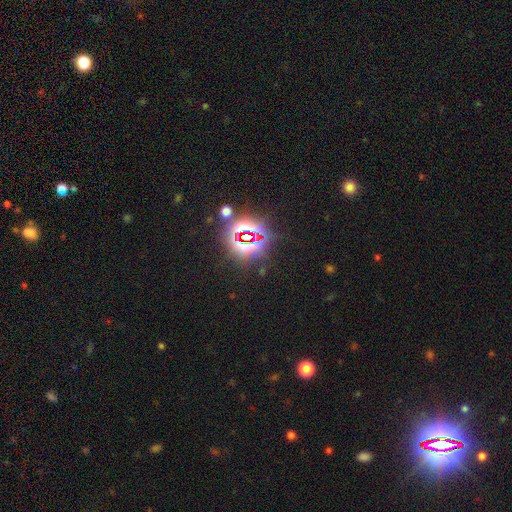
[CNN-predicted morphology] star or artifact 83%, smooth 11%, featured or disk 7%.